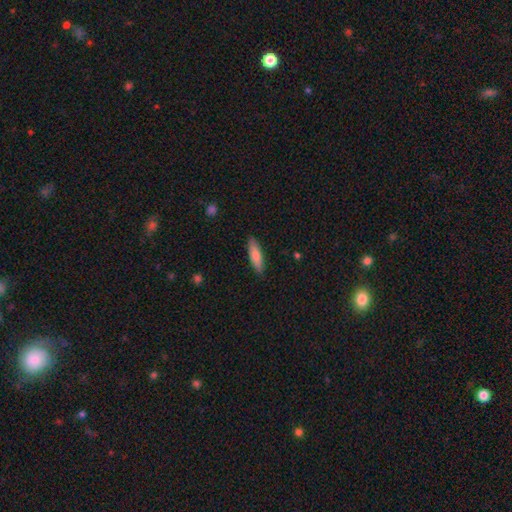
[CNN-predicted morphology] Smooth or featured? Predicted: smooth (p=0.77). How rounded? Predicted: cigar-shaped (p=0.60). Merging? Predicted: none (p=0.87).